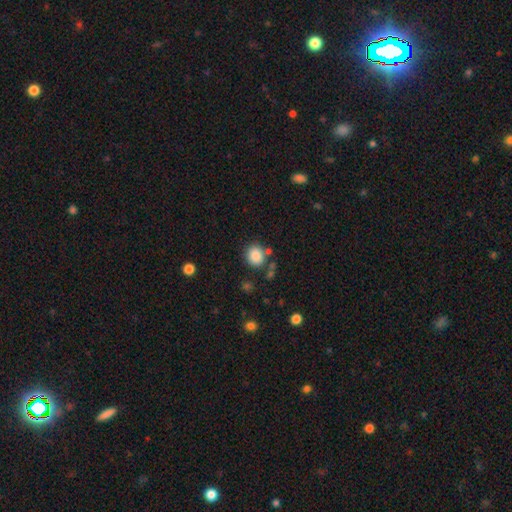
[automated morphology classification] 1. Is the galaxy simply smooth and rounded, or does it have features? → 86% smooth, 10% star or artifact, 5% featured or disk.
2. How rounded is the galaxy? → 75% round, 24% in between, 1% cigar-shaped.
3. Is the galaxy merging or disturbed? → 78% none, 11% minor disturbance, 7% merger, 4% major disturbance.